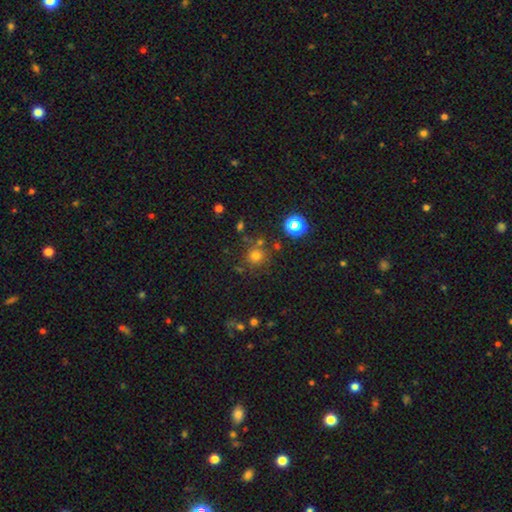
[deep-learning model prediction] smooth-or-featured: smooth: 73% | star or artifact: 20% | featured or disk: 7%
  how-rounded: round: 93% | in between: 6% | cigar-shaped: 1%
  merging: none: 78% | minor disturbance: 10% | merger: 8% | major disturbance: 4%